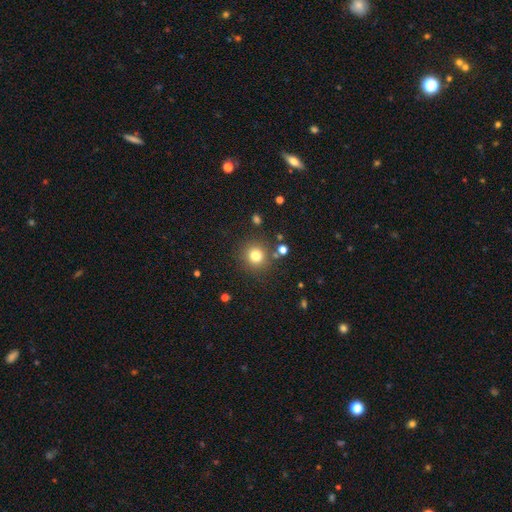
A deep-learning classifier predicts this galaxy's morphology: Smooth or featured: smooth — 79% (star or artifact — 14%)
How rounded: round — 92% (in between — 7%)
Merging: none — 85% (minor disturbance — 8%)